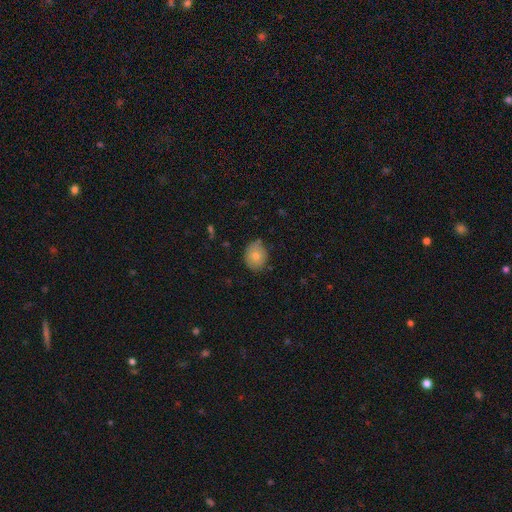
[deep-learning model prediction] Smooth or featured? smooth (76%)
How rounded? round (58%)
Merging? none (75%)